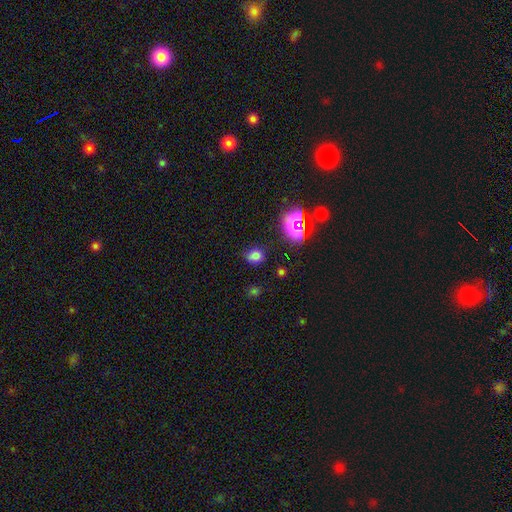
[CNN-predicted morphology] Q: Smooth or featured?
A: smooth (70%); runner-up: star or artifact (23%)
Q: How rounded?
A: round (63%); runner-up: in between (36%)
Q: Merging?
A: none (82%); runner-up: minor disturbance (12%)